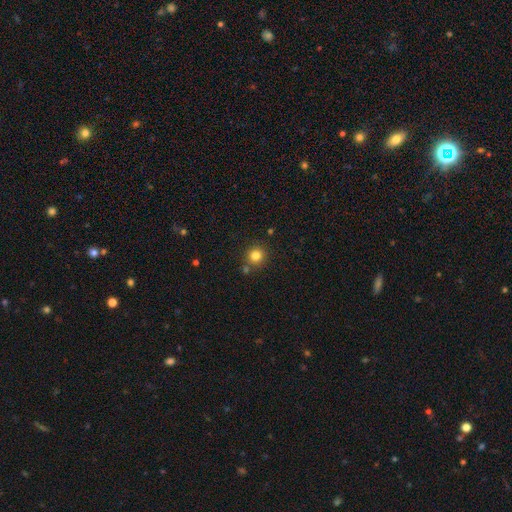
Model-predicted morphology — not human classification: smooth-or-featured: smooth: 81% | star or artifact: 13% | featured or disk: 6%
  how-rounded: round: 93% | in between: 7% | cigar-shaped: 1%
  merging: none: 81% | merger: 8% | minor disturbance: 8% | major disturbance: 2%